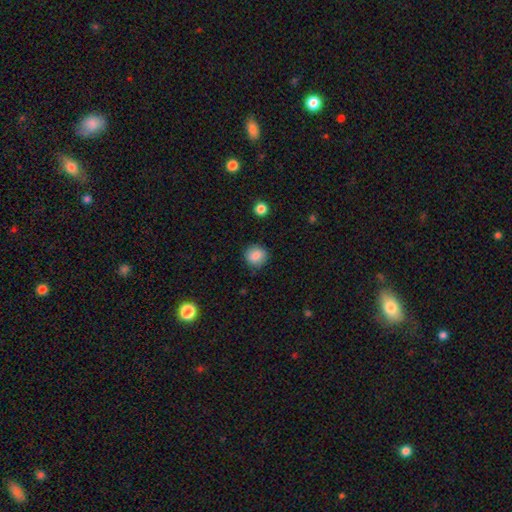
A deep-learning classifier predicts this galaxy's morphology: The model was most divided on "merging": none: 85%, minor disturbance: 11%, major disturbance: 3%, merger: 1%. More confident: how rounded — round (88%); smooth or featured — smooth (85%).